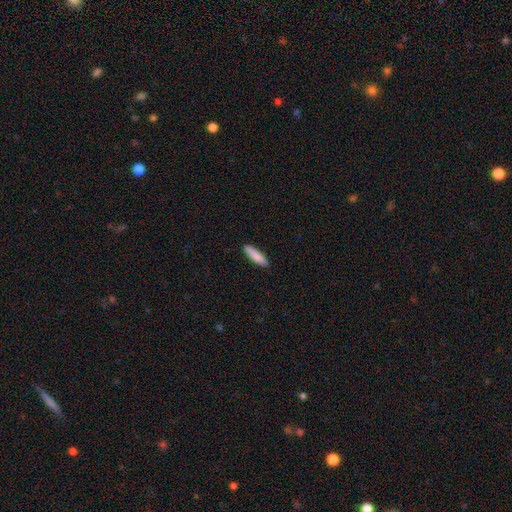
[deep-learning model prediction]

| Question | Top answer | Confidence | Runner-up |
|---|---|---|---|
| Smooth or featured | smooth | 86% | featured or disk (9%) |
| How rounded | cigar-shaped | 72% | in between (26%) |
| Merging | none | 88% | minor disturbance (9%) |